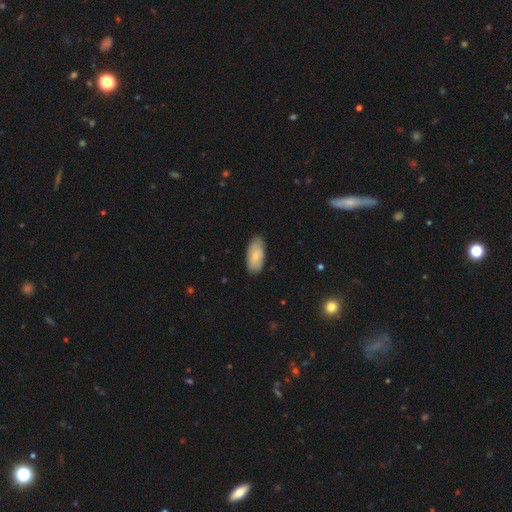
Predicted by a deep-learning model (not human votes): Morphology: type=smooth (79%); roundness=in between (92%); merging=none (83%).